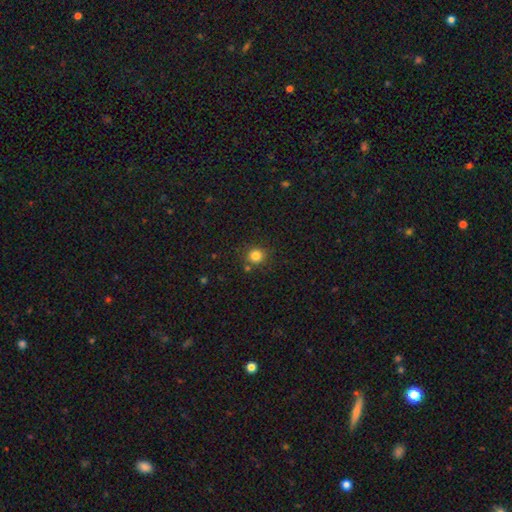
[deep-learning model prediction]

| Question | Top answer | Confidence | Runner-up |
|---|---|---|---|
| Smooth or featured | smooth | 83% | star or artifact (13%) |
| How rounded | round | 91% | in between (8%) |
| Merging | none | 84% | minor disturbance (8%) |